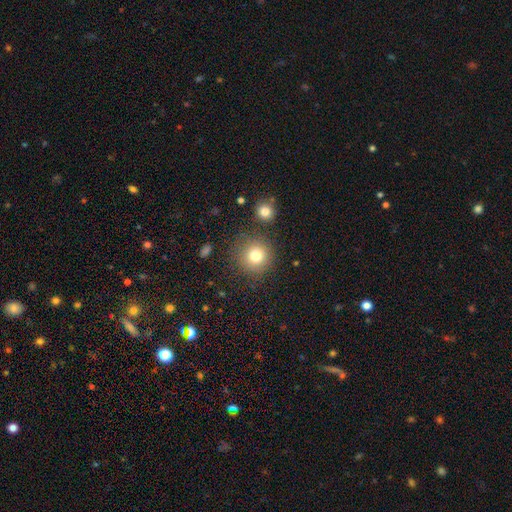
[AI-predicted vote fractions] Morphology: type=smooth (78%); roundness=round (94%); merging=none (83%).